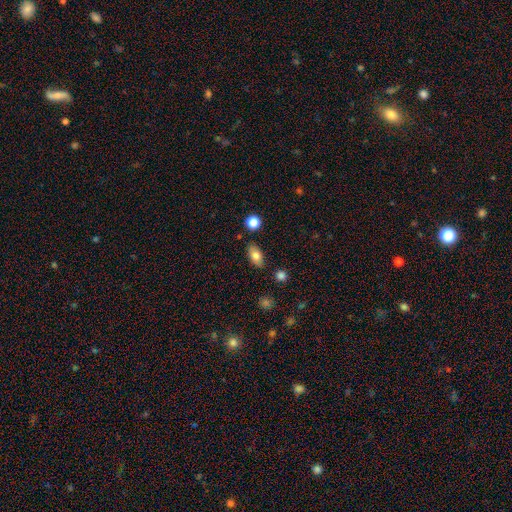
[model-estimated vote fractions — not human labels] Q: Smooth or featured?
A: smooth (78%); runner-up: featured or disk (13%)
Q: How rounded?
A: in between (88%); runner-up: round (6%)
Q: Merging?
A: none (84%); runner-up: minor disturbance (10%)